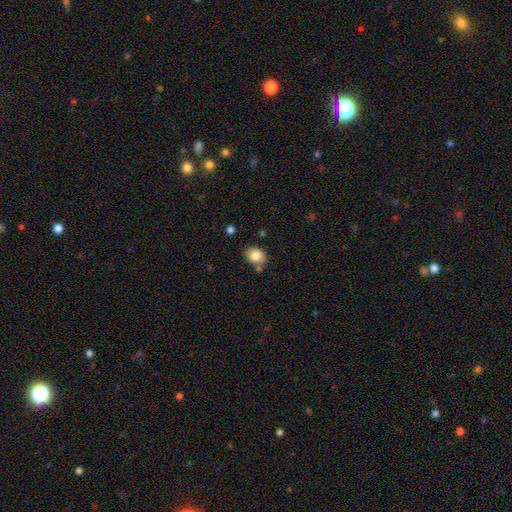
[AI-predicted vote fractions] A smooth galaxy with no disk features (84%) that is in between round and cigar-shaped (52%).

Vote fractions:
- Smooth or featured? smooth: 84% / star or artifact: 9% / featured or disk: 8%
- How rounded? in between: 52% / round: 47% / cigar-shaped: 1%
- Merging? none: 72% / minor disturbance: 14% / merger: 10% / major disturbance: 3%